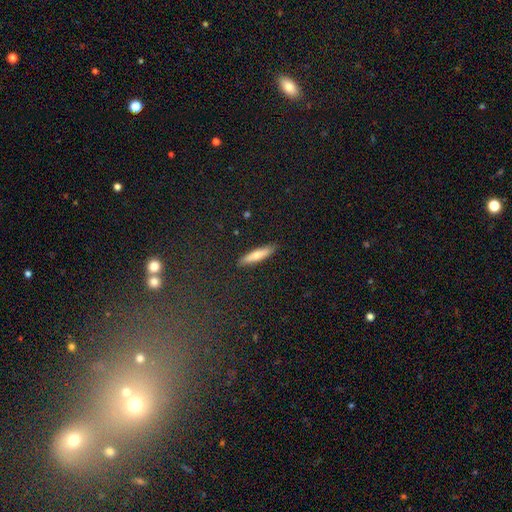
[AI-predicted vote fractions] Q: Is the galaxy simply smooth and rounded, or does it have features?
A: smooth — 68%.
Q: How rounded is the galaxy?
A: cigar-shaped — 80%.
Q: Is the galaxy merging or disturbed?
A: none — 89%.